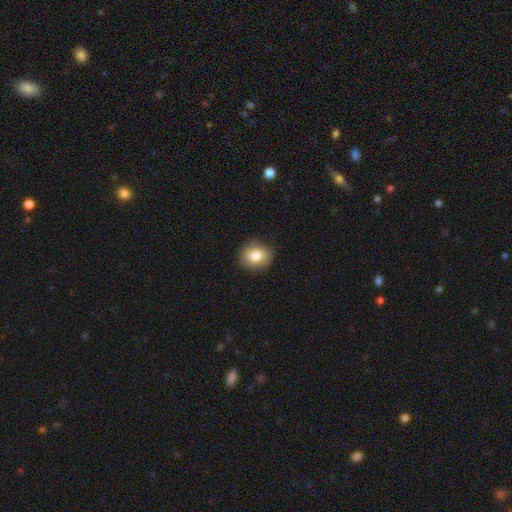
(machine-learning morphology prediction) This is clearly a smooth galaxy (83%). How rounded: likely round (66%). Merging: clearly none (86%).